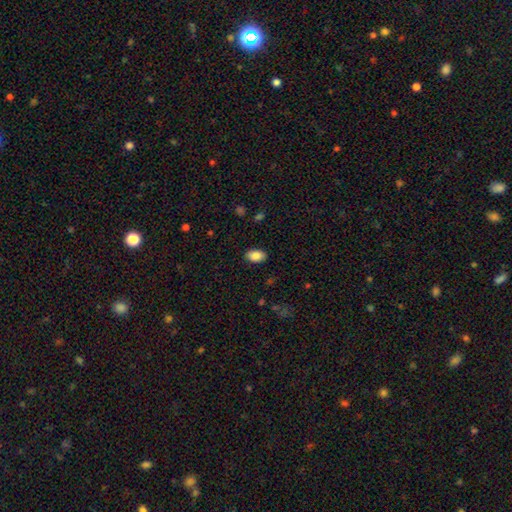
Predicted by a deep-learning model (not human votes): Smooth or featured? Predicted: smooth (p=0.86). How rounded? Predicted: in between (p=0.91). Merging? Predicted: none (p=0.87).